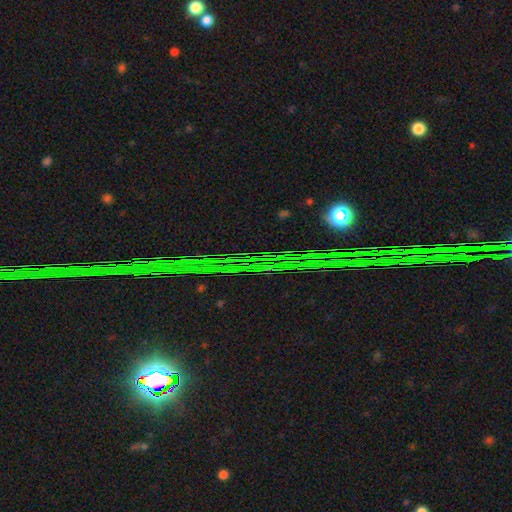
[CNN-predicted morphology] smooth-or-featured: star or artifact: 77% | featured or disk: 12% | smooth: 12%